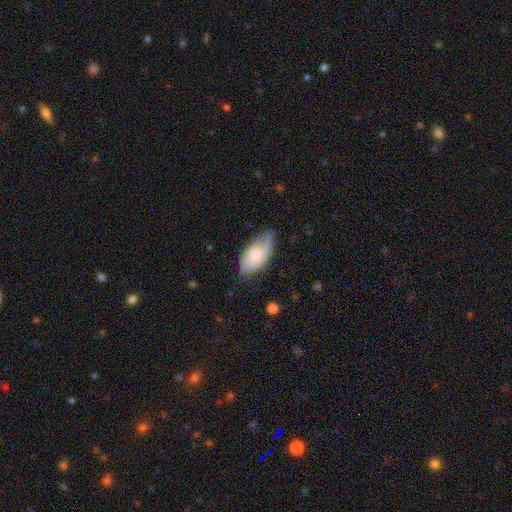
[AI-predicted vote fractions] The model was most divided on "smooth or featured": smooth: 51%, featured or disk: 42%, star or artifact: 6%. More confident: how rounded — in between (93%); merging — none (55%).